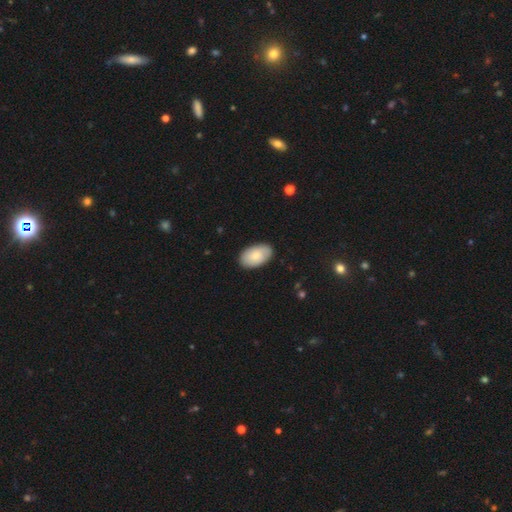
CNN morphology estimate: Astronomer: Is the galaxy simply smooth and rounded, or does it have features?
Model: smooth — 80%.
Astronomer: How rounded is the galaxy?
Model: in between — 94%.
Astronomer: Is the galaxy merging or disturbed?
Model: none — 87%.